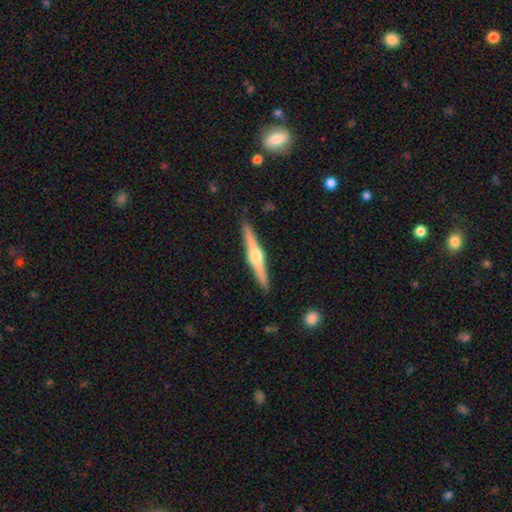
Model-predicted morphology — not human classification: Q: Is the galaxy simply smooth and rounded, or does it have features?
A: featured or disk — 76%.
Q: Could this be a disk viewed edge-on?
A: yes — 98%.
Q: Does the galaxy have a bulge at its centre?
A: rounded — 94%.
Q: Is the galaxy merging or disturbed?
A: none — 91%.